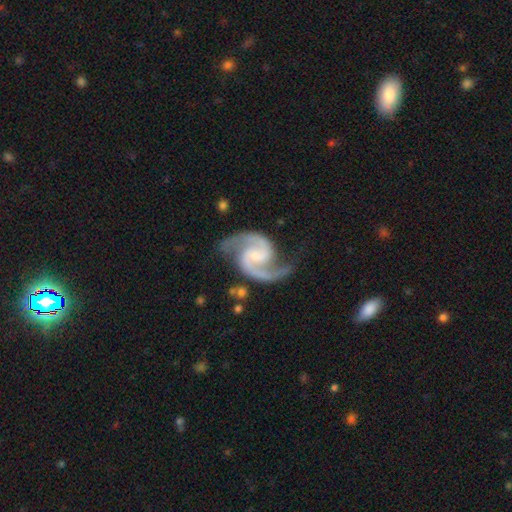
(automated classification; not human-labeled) A featured or disk galaxy (94%) with a weak bar (49%), 2 (95%) medium (64%) spiral arms (99%) and a small central bulge (44%). Merging: none (76%).